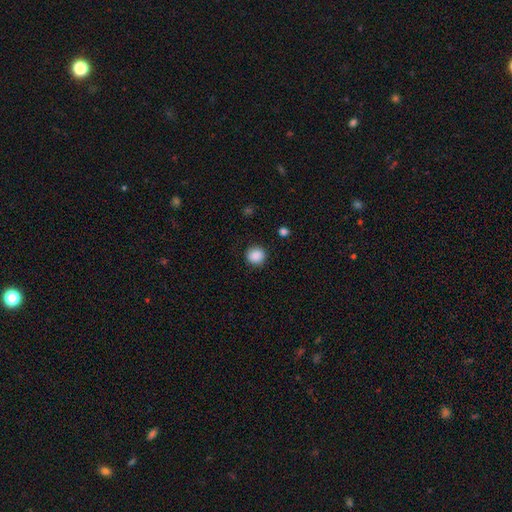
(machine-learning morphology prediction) A smooth galaxy with no disk features (89%) that is round (89%). Merging: none (88%).